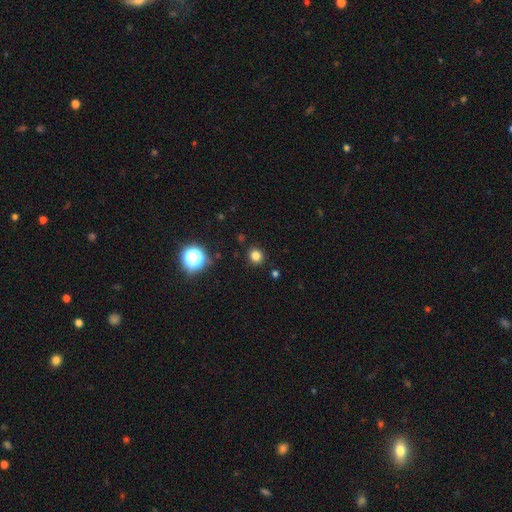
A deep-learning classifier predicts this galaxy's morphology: type=smooth (79%); roundness=round (88%); merging=none (91%).